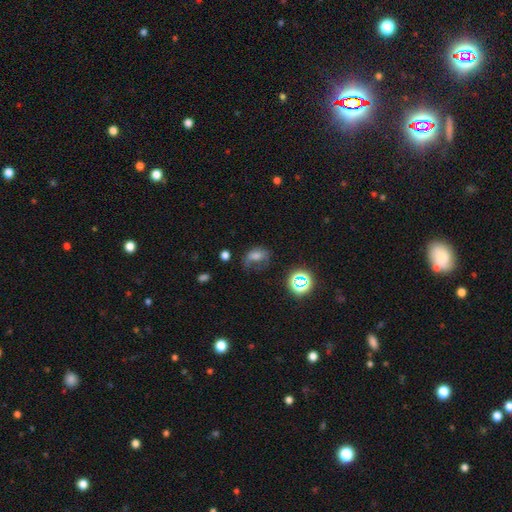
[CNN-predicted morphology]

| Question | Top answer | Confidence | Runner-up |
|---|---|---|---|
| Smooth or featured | smooth | 55% | featured or disk (23%) |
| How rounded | in between | 71% | round (27%) |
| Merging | none | 37% | major disturbance (32%) |